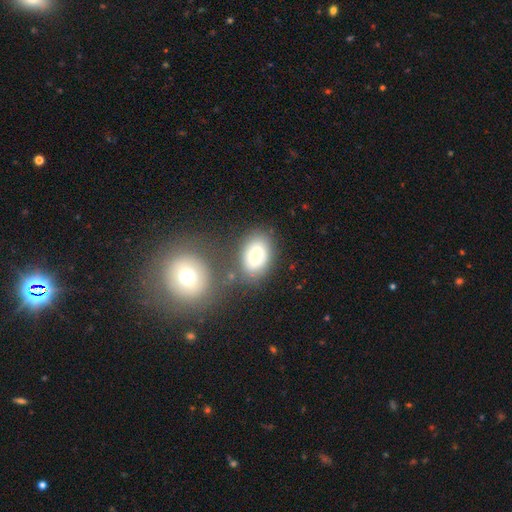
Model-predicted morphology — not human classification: This is likely a smooth galaxy (66%). How rounded: clearly in between (82%). Merging: likely none (69%).